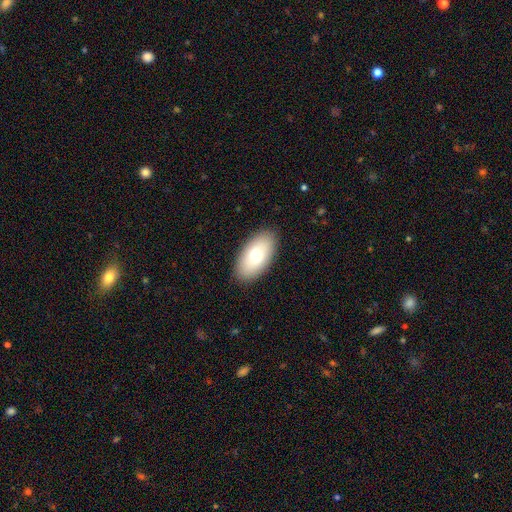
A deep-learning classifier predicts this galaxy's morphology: type=smooth (72%); roundness=in between (94%); merging=none (88%).